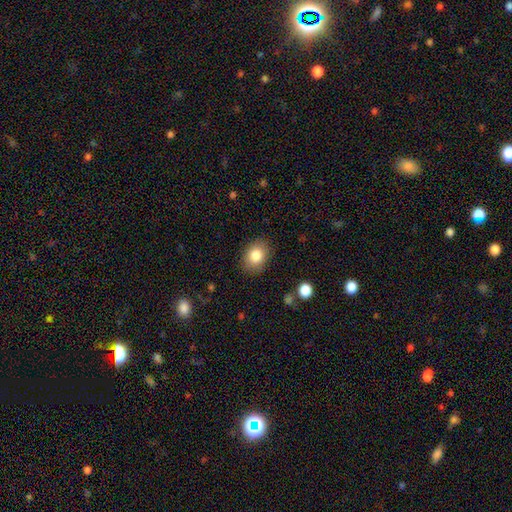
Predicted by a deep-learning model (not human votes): Overall: smooth (84%). How rounded: in between (68%; round 31%). Merging: none (85%).